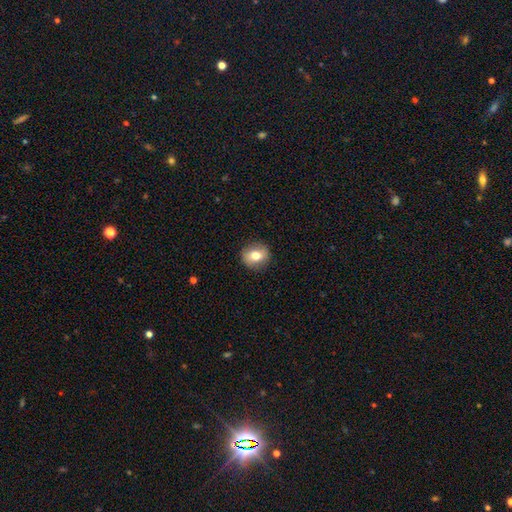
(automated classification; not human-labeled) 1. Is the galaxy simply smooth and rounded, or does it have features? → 72% smooth, 20% featured or disk, 9% star or artifact.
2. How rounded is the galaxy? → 75% round, 24% in between, 1% cigar-shaped.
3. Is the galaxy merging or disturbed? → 88% none, 8% minor disturbance, 2% major disturbance, 1% merger.